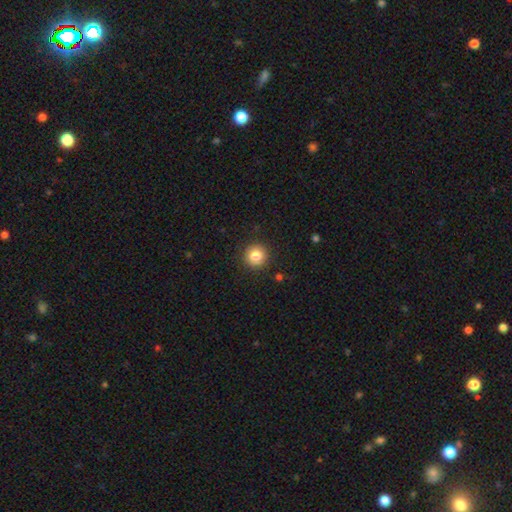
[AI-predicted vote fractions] Morphology: type=smooth (84%); roundness=round (95%); merging=none (91%).